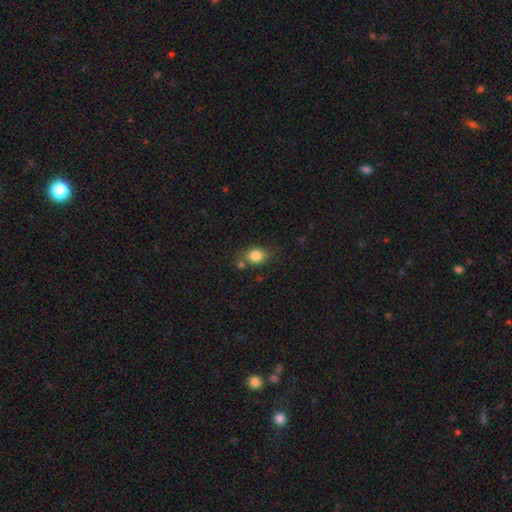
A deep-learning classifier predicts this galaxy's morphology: Smooth or featured: smooth — 83% (star or artifact — 10%)
How rounded: in between — 52% (round — 47%)
Merging: none — 69% (minor disturbance — 14%)